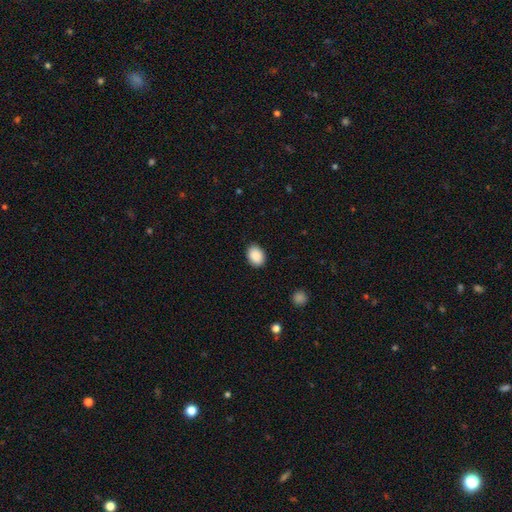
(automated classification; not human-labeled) Smooth or featured: smooth — 90% (star or artifact — 7%)
How rounded: in between — 68% (round — 31%)
Merging: none — 88% (minor disturbance — 9%)